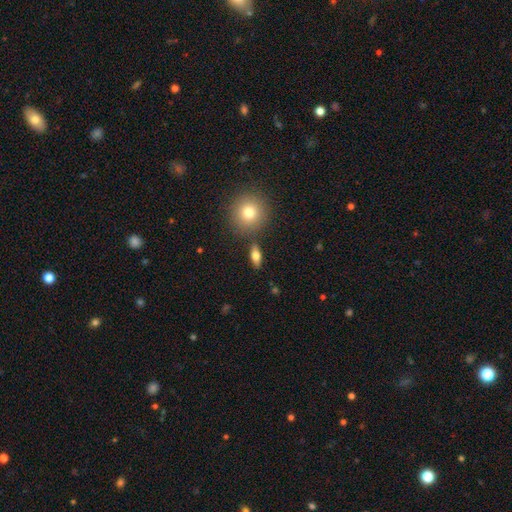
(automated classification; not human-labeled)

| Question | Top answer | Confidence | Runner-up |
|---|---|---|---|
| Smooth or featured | smooth | 67% | featured or disk (23%) |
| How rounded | in between | 74% | cigar-shaped (15%) |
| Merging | none | 82% | minor disturbance (10%) |